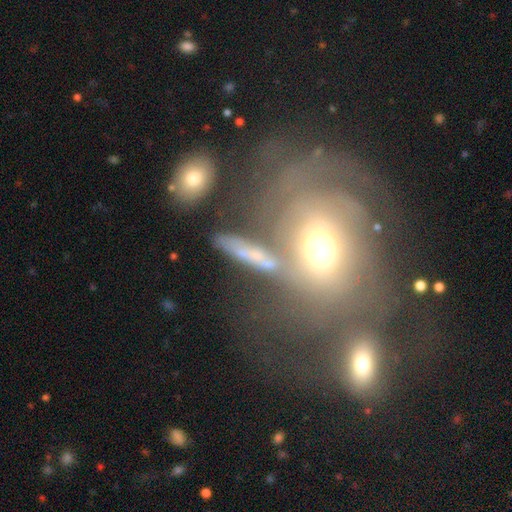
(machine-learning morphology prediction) This appears to be a featured or disk galaxy (48%). Merging: none (40%).